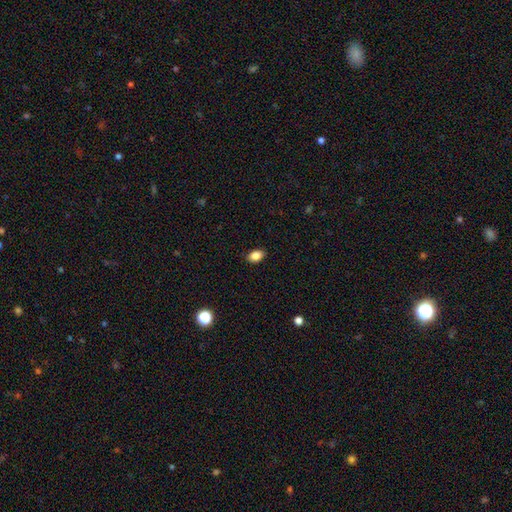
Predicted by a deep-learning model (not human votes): smooth_or_featured: smooth (p=0.87) [alt: star or artifact p=0.09]
how_rounded: in between (p=0.83) [alt: round p=0.15]
merging: none (p=0.88) [alt: minor disturbance p=0.09]